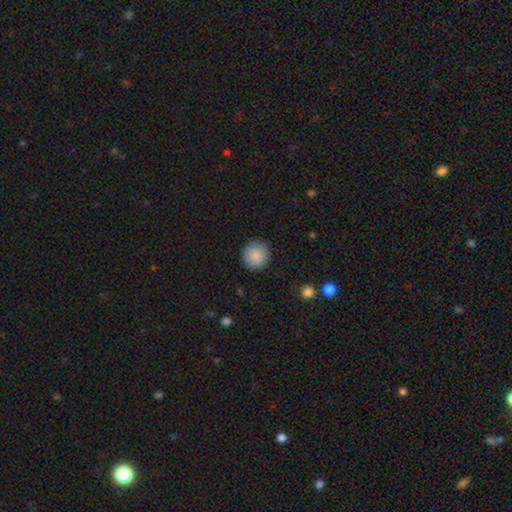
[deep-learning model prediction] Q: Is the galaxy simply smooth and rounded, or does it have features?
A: smooth — 86%.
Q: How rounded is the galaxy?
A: round — 93%.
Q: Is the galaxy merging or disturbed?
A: none — 88%.